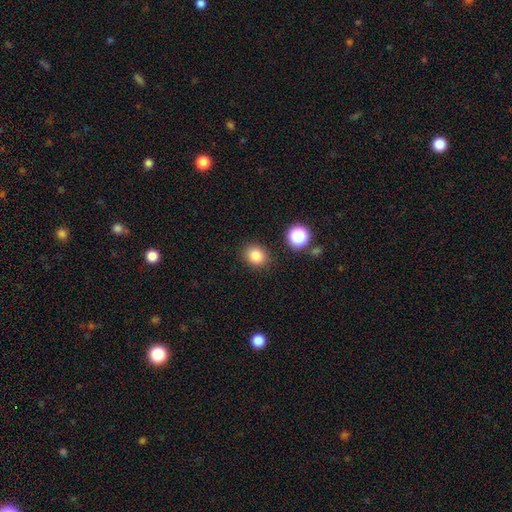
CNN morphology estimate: A smooth galaxy with no disk features (83%) that is round (71%). Merging: none (87%).